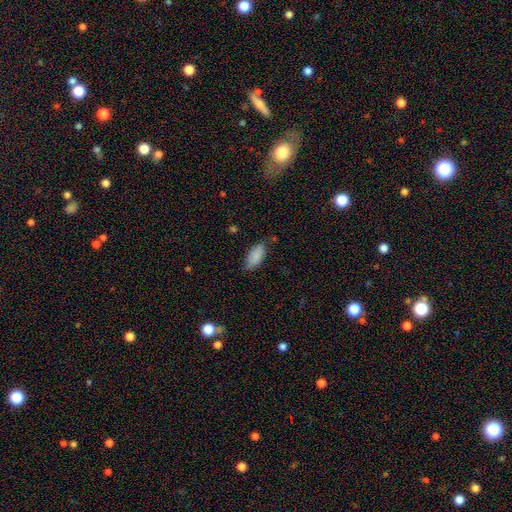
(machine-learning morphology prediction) Smooth or featured? smooth (86%)
How rounded? in between (90%)
Merging? none (73%)